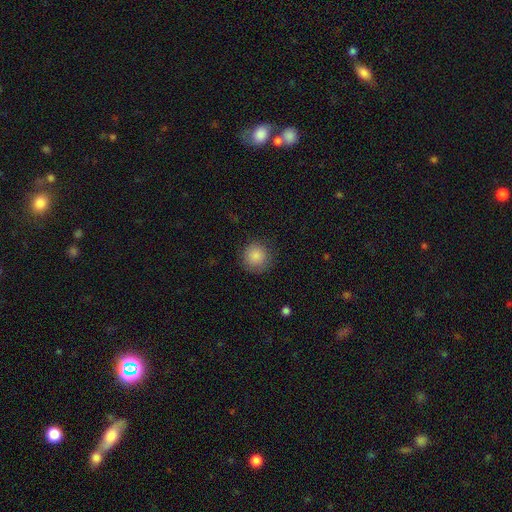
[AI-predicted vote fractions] This appears to be a smooth galaxy with no disk features (87%) that is round (94%). Merging: none (85%).